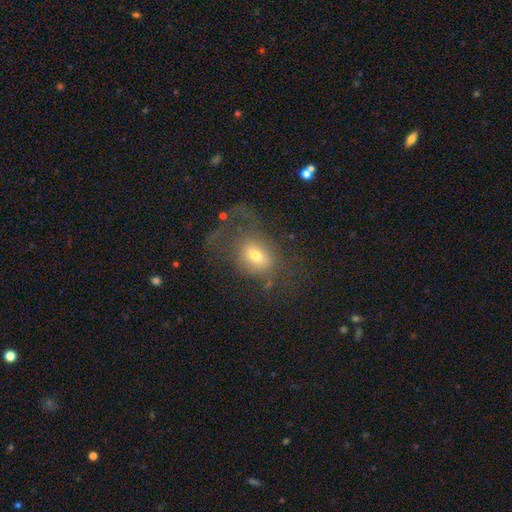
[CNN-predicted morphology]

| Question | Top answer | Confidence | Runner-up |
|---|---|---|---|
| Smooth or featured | smooth | 59% | featured or disk (28%) |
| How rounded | in between | 63% | round (35%) |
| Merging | major disturbance | 44% | none (35%) |